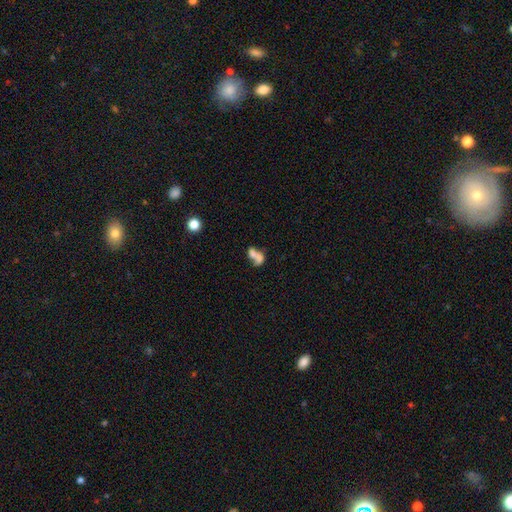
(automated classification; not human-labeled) smooth-or-featured: smooth: 60% | featured or disk: 29% | star or artifact: 12%
  how-rounded: in between: 73% | round: 22% | cigar-shaped: 6%
  merging: merger: 62% | none: 18% | major disturbance: 12% | minor disturbance: 9%